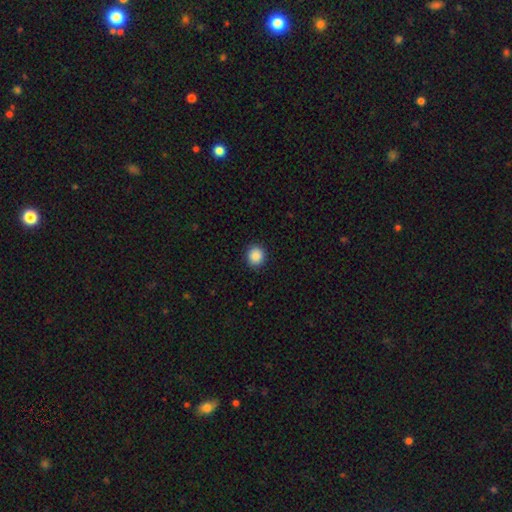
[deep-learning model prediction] Morphology: type=smooth (89%); roundness=round (86%); merging=none (91%).